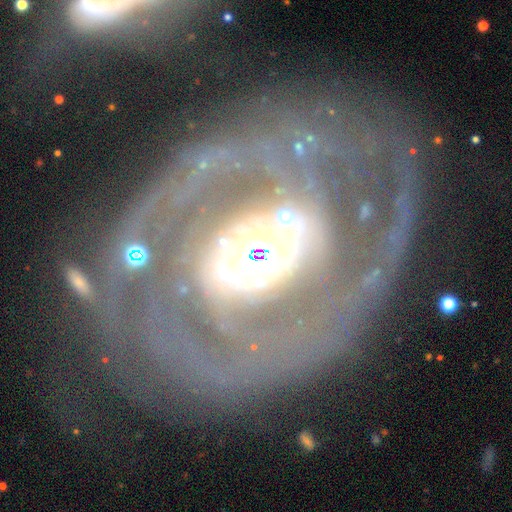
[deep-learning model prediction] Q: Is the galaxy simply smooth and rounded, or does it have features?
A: featured or disk — 89%.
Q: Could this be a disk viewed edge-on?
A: no — 96%.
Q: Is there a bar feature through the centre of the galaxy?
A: no — 39%.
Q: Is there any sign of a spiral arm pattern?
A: yes — 89%.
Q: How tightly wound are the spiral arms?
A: tight — 59%.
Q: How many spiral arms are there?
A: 2 — 38%.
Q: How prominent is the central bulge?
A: moderate — 57%.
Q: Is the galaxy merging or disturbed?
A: none — 68%.